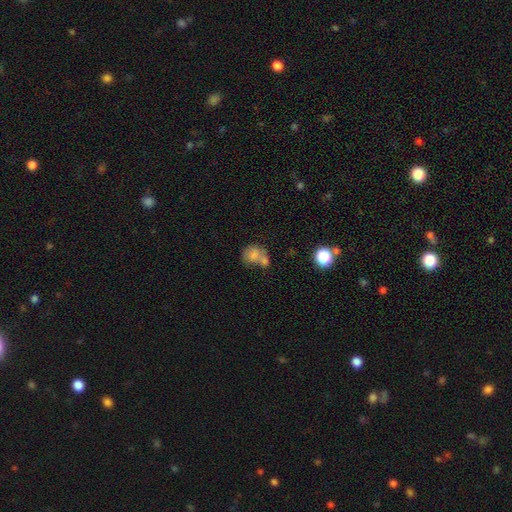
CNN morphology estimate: Smooth or featured?
  - smooth: 72% *
  - featured or disk: 18%
  - star or artifact: 11%
How rounded?
  - round: 57% *
  - in between: 42%
  - cigar-shaped: 1%
Merging?
  - merger: 52% *
  - none: 27%
  - minor disturbance: 12%
  - major disturbance: 8%